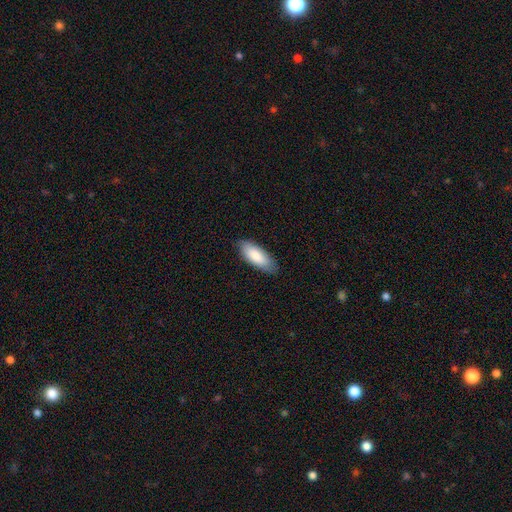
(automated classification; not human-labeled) This appears to be a smooth galaxy with no disk features (85%) that is in between round and cigar-shaped (79%). Merging: none (82%).